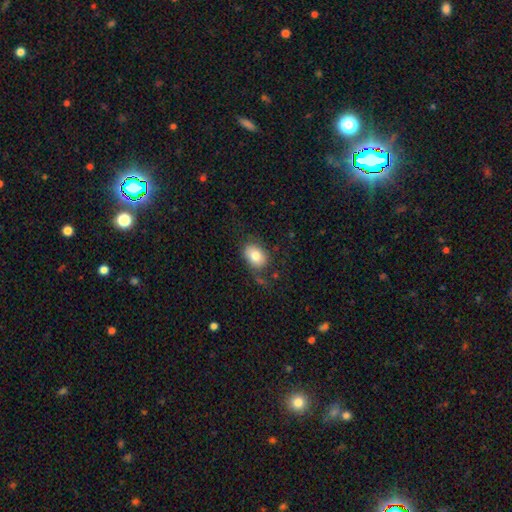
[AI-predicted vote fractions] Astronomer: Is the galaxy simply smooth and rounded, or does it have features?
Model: smooth — 79%.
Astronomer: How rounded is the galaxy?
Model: in between — 74%.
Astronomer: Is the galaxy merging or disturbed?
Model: none — 66%.